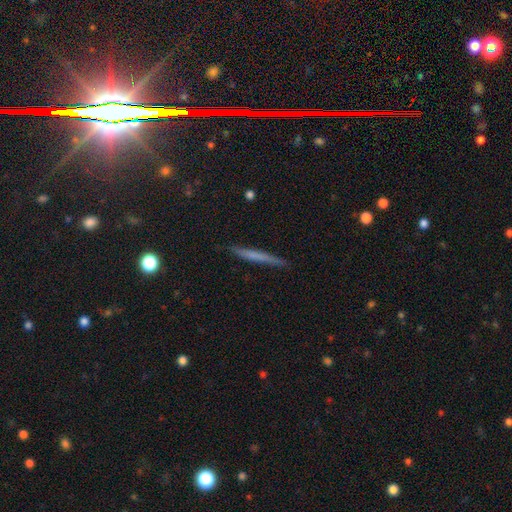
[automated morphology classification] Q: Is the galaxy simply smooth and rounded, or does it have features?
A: smooth — 53%.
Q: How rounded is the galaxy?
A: cigar-shaped — 96%.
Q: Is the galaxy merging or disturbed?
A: none — 88%.